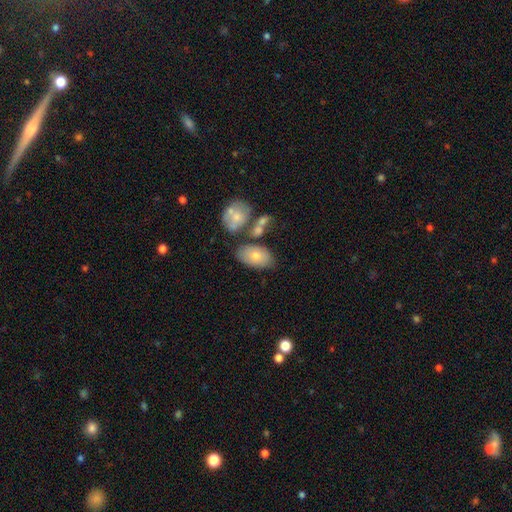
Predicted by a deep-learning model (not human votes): The model was most divided on "merging": none: 61%, merger: 17%, minor disturbance: 16%, major disturbance: 5%. More confident: how rounded — in between (92%); smooth or featured — smooth (74%).